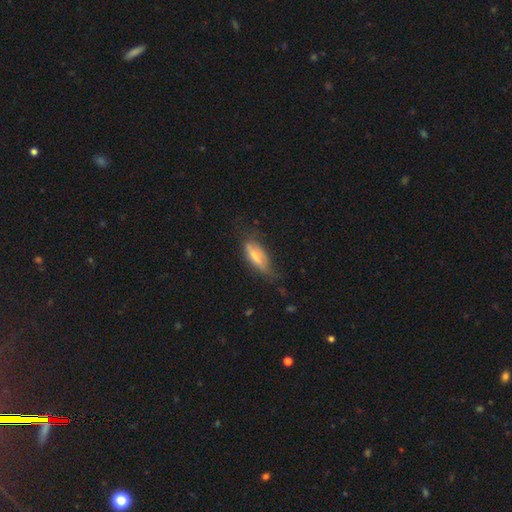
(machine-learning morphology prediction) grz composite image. It shows a smooth galaxy with no disk features (50%) that is in between round and cigar-shaped (59%). Merging: none (60%).